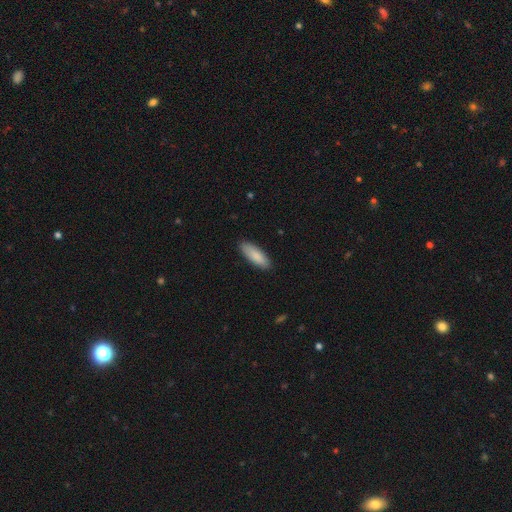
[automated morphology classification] A smooth galaxy with no disk features (87%) that is in between round and cigar-shaped (60%). Merging: none (89%).